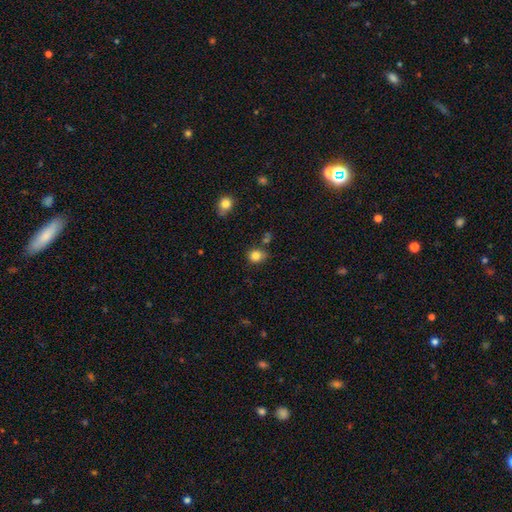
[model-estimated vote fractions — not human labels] The model was most divided on "how rounded": round: 73%, in between: 26%, cigar-shaped: 1%. More confident: smooth or featured — smooth (83%); merging — none (72%).